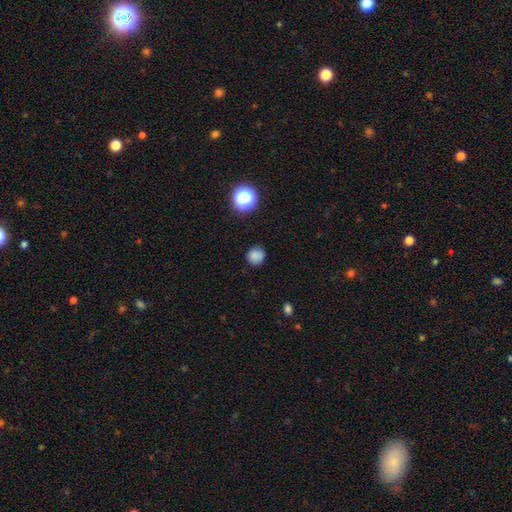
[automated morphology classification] smooth 82%, star or artifact 14%, featured or disk 5%. Down the decision tree: how rounded — round (92%); merging — none (84%).